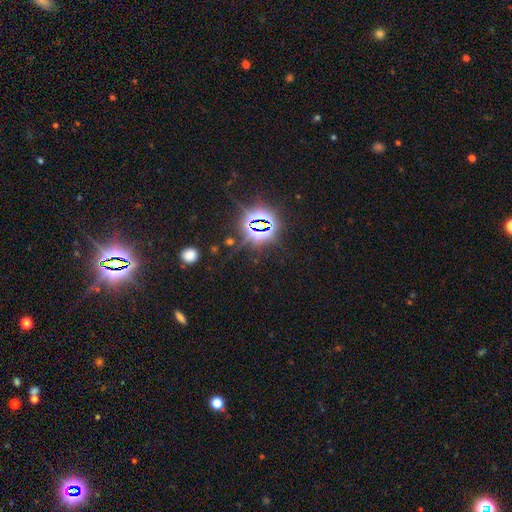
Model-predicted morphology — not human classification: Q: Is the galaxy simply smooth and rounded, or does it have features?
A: star or artifact — 83%.